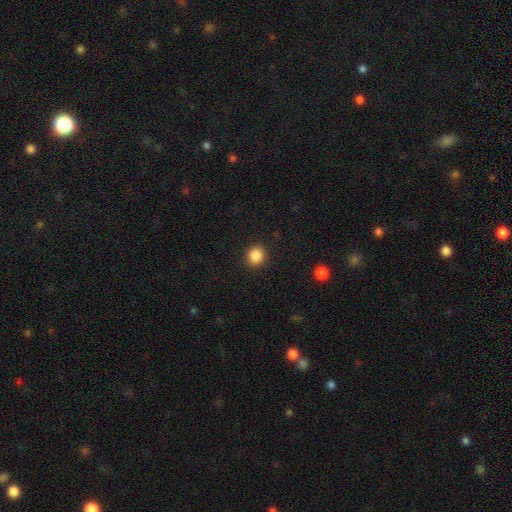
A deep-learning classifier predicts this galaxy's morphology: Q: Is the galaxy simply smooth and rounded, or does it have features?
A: smooth — 87%.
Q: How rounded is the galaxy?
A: round — 84%.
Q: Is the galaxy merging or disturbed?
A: none — 91%.